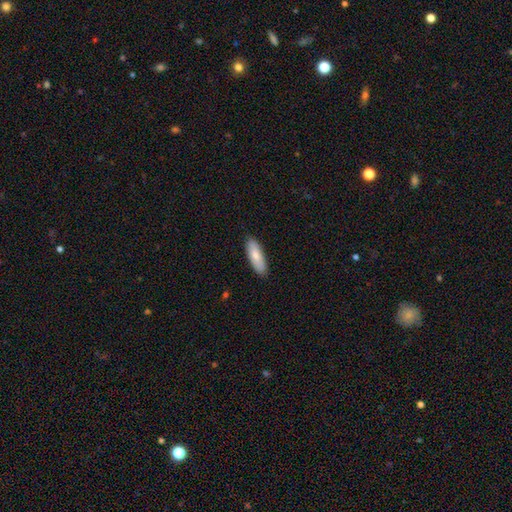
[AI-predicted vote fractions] Overall: smooth (78%). How rounded: in between (61%; cigar-shaped 37%). Merging: none (88%).